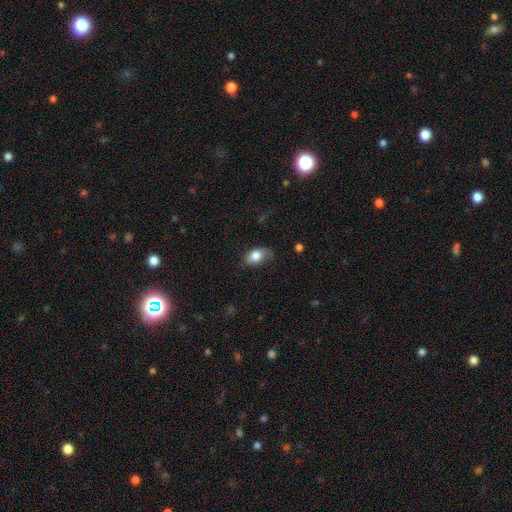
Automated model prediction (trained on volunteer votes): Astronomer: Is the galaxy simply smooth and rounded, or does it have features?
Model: smooth — 80%.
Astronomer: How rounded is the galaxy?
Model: in between — 83%.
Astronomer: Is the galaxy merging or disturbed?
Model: none — 60%.